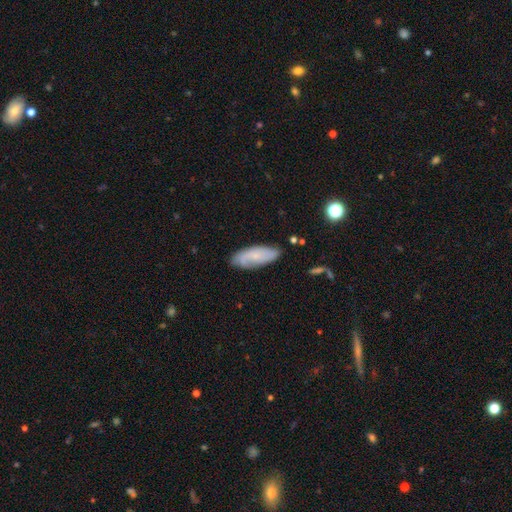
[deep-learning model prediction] Smooth or featured?
  - smooth: 56% *
  - featured or disk: 36%
  - star or artifact: 7%
How rounded?
  - in between: 71% *
  - cigar-shaped: 27%
  - round: 2%
Merging?
  - none: 77% *
  - minor disturbance: 18%
  - major disturbance: 3%
  - merger: 2%